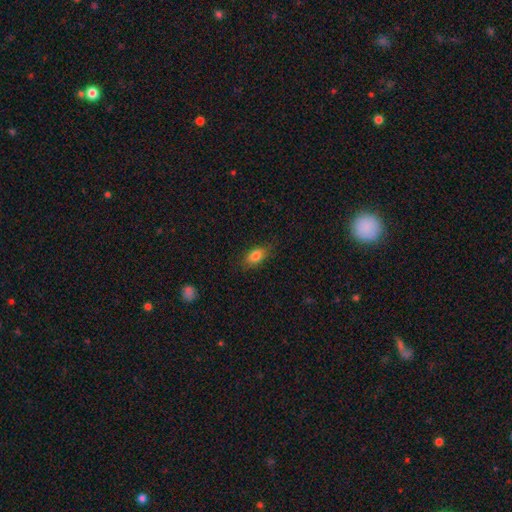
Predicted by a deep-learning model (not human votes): A smooth galaxy with no disk features (81%) that is in between round and cigar-shaped (84%).

Vote fractions:
- Smooth or featured? smooth: 81% / featured or disk: 10% / star or artifact: 9%
- How rounded? in between: 84% / round: 10% / cigar-shaped: 6%
- Merging? none: 81% / minor disturbance: 14% / major disturbance: 3% / merger: 1%